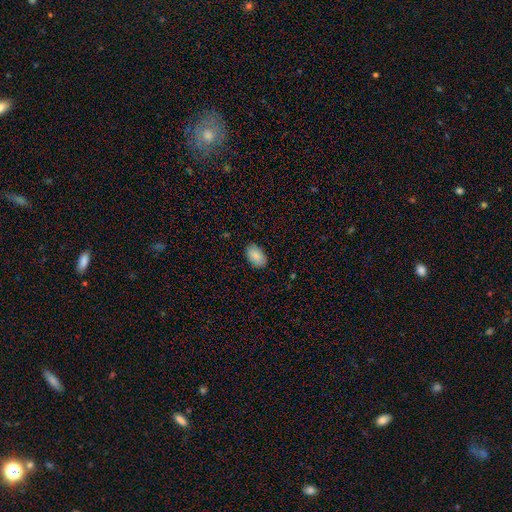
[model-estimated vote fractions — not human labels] Smooth or featured?
  - smooth: 87% *
  - star or artifact: 7%
  - featured or disk: 6%
How rounded?
  - in between: 92% *
  - round: 7%
  - cigar-shaped: 1%
Merging?
  - none: 86% *
  - minor disturbance: 11%
  - major disturbance: 2%
  - merger: 1%